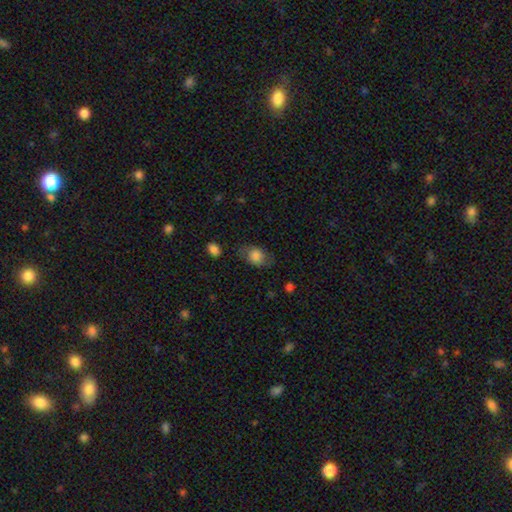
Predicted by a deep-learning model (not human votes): smooth_or_featured: smooth (p=0.79) [alt: featured or disk p=0.13]
how_rounded: in between (p=0.73) [alt: round p=0.25]
merging: none (p=0.67) [alt: minor disturbance p=0.22]